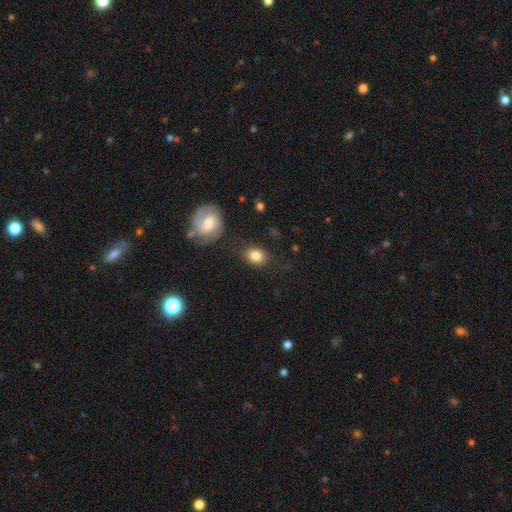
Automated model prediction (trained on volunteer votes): smooth_or_featured: smooth (p=0.83) [alt: featured or disk p=0.09]
how_rounded: in between (p=0.59) [alt: round p=0.39]
merging: none (p=0.75) [alt: minor disturbance p=0.14]